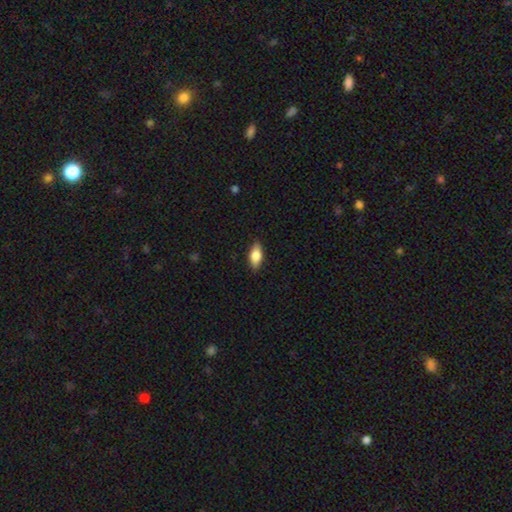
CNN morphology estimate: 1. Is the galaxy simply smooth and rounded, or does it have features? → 73% smooth, 20% featured or disk, 7% star or artifact.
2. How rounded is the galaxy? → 83% in between, 13% cigar-shaped, 4% round.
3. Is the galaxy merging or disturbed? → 87% none, 10% minor disturbance, 2% major disturbance, 1% merger.